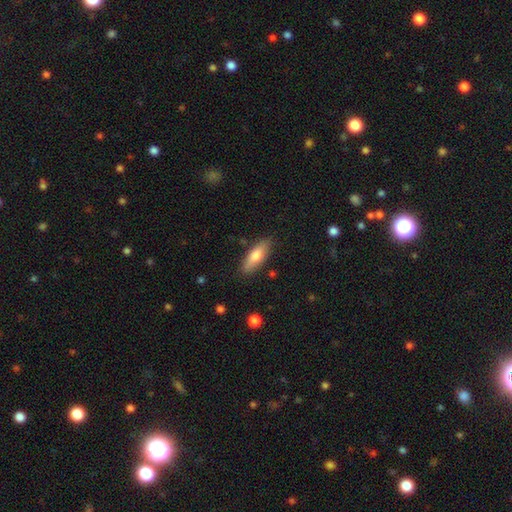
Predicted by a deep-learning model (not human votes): Q: Smooth or featured?
A: smooth (74%); runner-up: featured or disk (20%)
Q: How rounded?
A: in between (59%); runner-up: cigar-shaped (39%)
Q: Merging?
A: none (84%); runner-up: minor disturbance (12%)